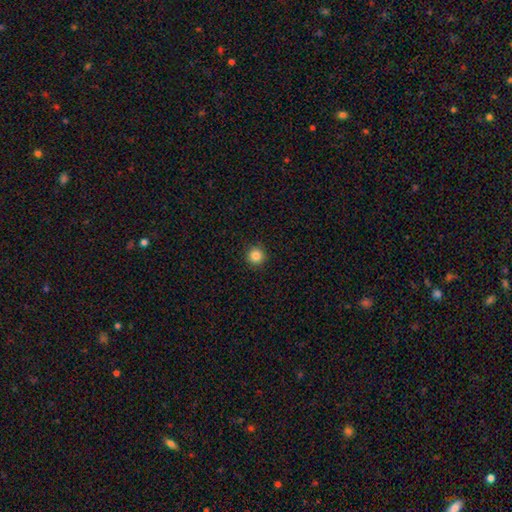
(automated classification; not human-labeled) This appears to be a smooth galaxy with no disk features (85%) that is round (96%). Merging: none (92%).